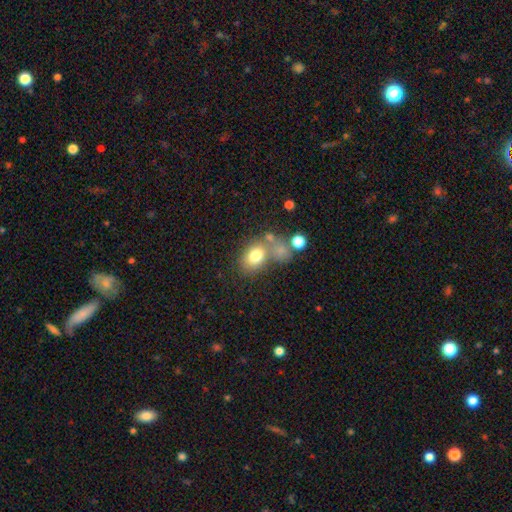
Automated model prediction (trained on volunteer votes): A smooth galaxy with no disk features (75%) that is in between round and cigar-shaped (68%). Merging: none (48%).